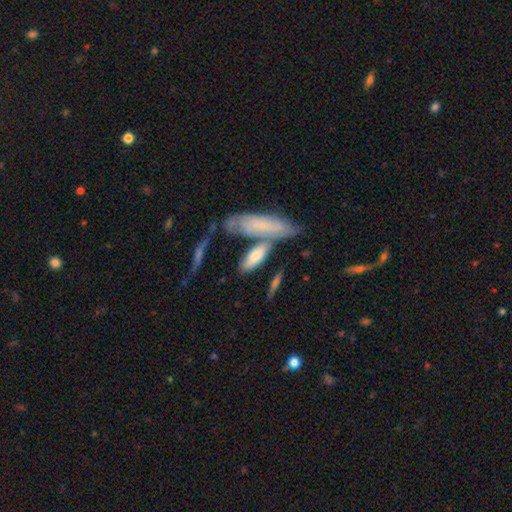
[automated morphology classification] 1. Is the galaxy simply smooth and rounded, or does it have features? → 63% smooth, 31% featured or disk, 6% star or artifact.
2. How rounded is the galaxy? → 53% in between, 44% cigar-shaped, 3% round.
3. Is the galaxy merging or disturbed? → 50% none, 28% merger, 16% minor disturbance, 7% major disturbance.